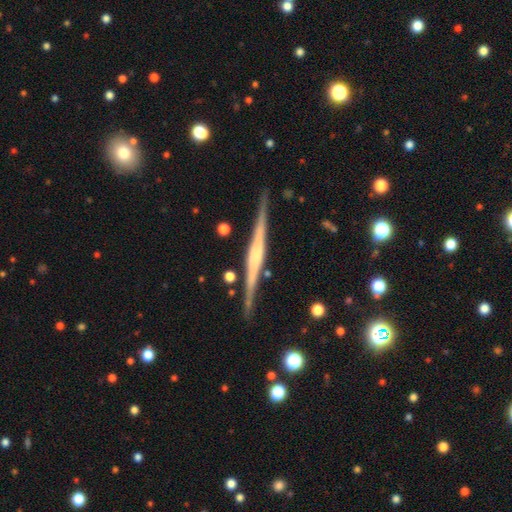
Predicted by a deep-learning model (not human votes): featured or disk 81%, smooth 14%, star or artifact 5%. Down the decision tree: edge-on disk — yes (98%); edge-on bulge — rounded (43%); merging — none (88%).